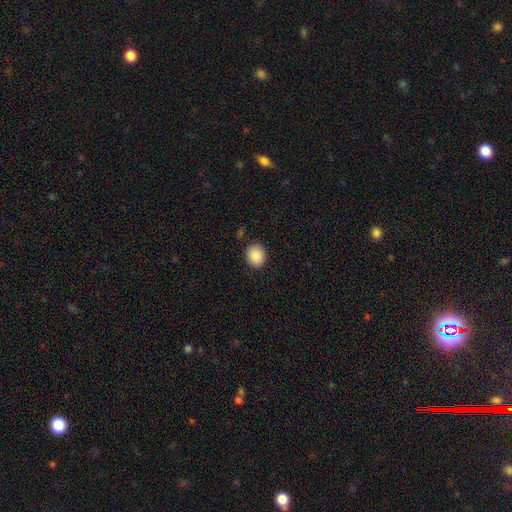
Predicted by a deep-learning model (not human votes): A smooth galaxy with no disk features (88%) that is round (64%). Merging: none (89%).